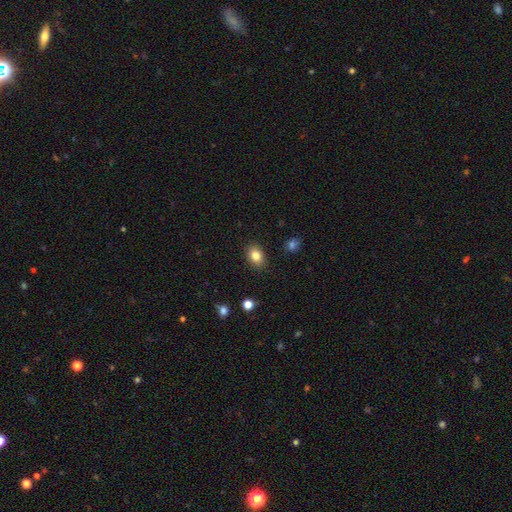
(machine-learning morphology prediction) This is clearly a smooth galaxy (84%). How rounded: likely in between (73%). Merging: clearly none (88%).